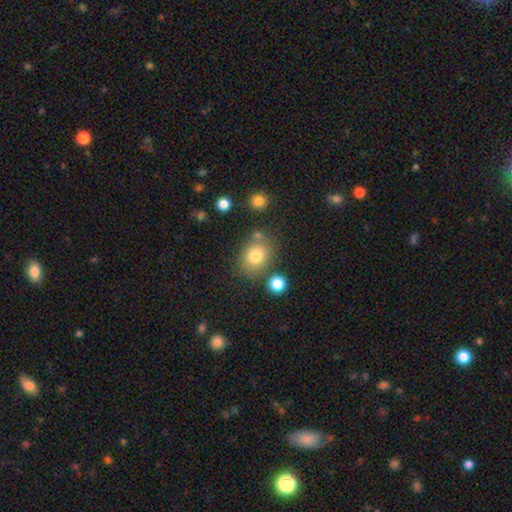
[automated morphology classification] This is likely a smooth galaxy (79%). How rounded: possibly round (56%). Merging: likely none (72%).